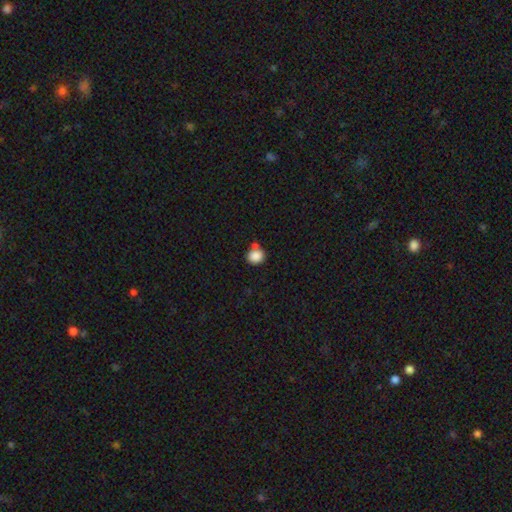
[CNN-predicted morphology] smooth_or_featured: smooth (p=0.86) [alt: star or artifact p=0.09]
how_rounded: round (p=0.69) [alt: in between p=0.30]
merging: none (p=0.59) [alt: merger p=0.22]